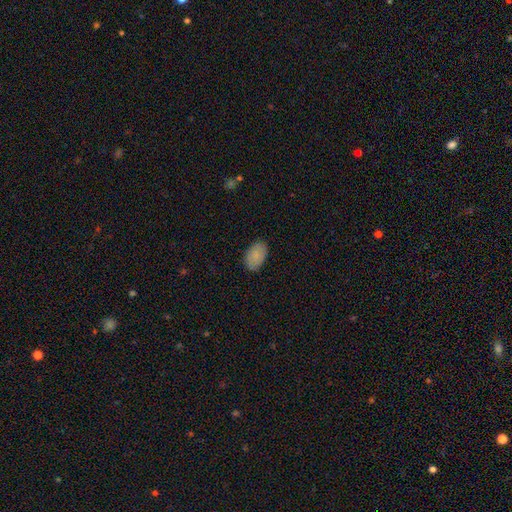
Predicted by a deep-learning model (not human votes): smooth 84%, featured or disk 9%, star or artifact 7%. Down the decision tree: how rounded — in between (92%); merging — none (83%).